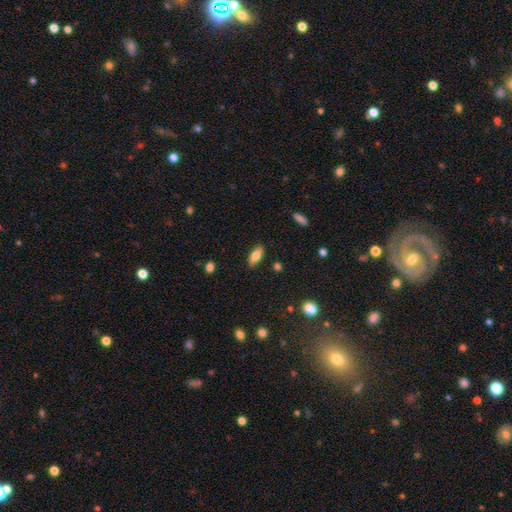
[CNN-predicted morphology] Q: Smooth or featured?
A: smooth (73%); runner-up: featured or disk (20%)
Q: How rounded?
A: in between (74%); runner-up: cigar-shaped (23%)
Q: Merging?
A: none (84%); runner-up: minor disturbance (12%)